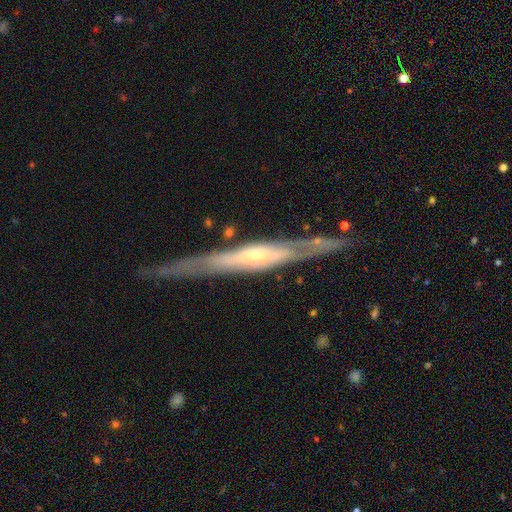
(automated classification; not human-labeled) Morphology: type=featured or disk (75%); edge-on=yes (83%); edge-on bulge=rounded (59%); merging=none (74%).